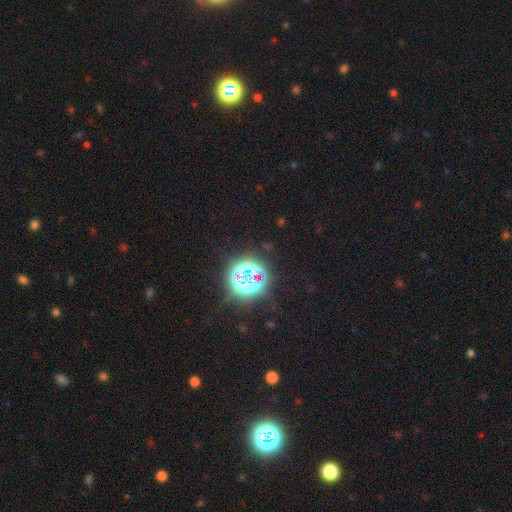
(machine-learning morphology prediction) The model was most divided on "smooth or featured": star or artifact: 80%, smooth: 15%, featured or disk: 5%.